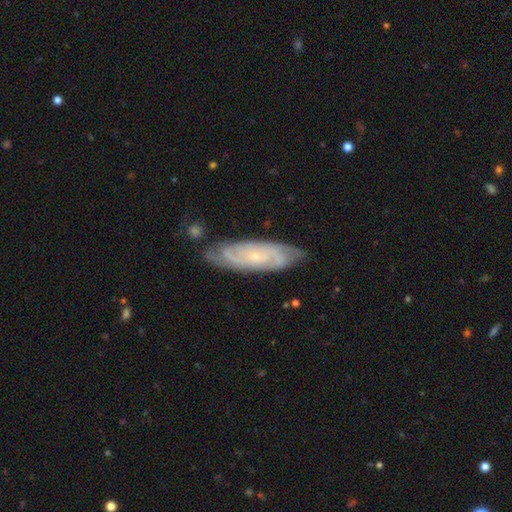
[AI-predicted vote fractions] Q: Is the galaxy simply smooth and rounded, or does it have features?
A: featured or disk — 80%.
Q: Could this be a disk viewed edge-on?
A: no — 87%.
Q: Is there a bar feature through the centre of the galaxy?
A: no — 71%.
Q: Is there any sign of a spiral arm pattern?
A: yes — 95%.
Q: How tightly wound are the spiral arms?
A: tight — 67%.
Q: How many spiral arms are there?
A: can't tell — 33%.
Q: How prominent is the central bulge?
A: small — 82%.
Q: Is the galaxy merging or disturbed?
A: none — 76%.